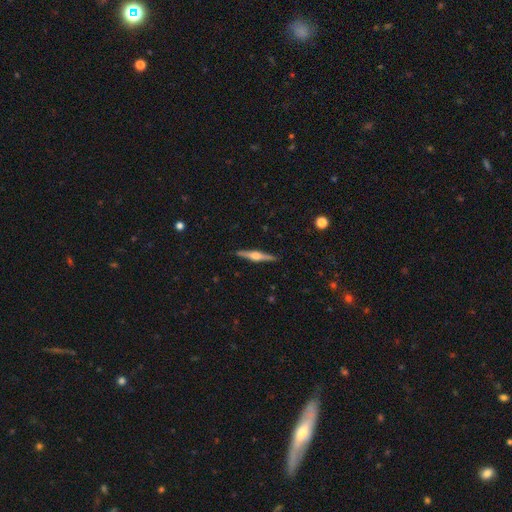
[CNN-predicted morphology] Smooth or featured? Predicted: featured or disk (p=0.77). Edge-on disk? Predicted: yes (p=0.98). Edge-on bulge? Predicted: rounded (p=0.91). Merging? Predicted: none (p=0.92).